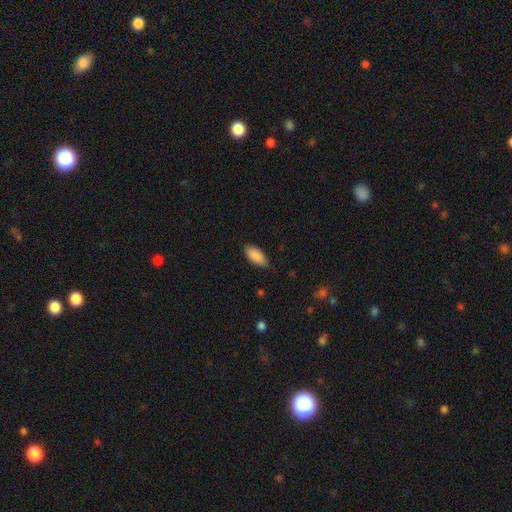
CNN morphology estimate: A smooth galaxy with no disk features (89%) that is in between round and cigar-shaped (90%). Merging: none (83%).